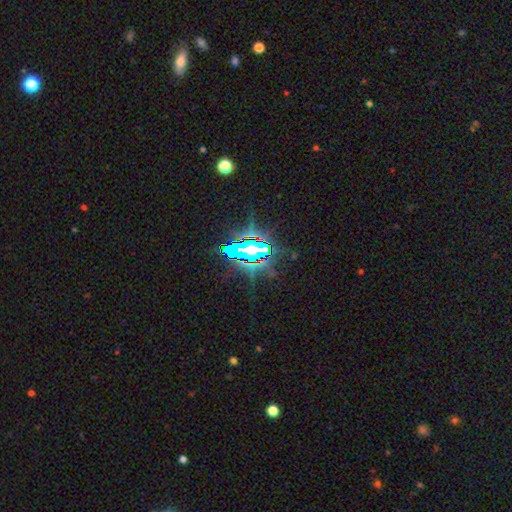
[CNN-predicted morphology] Smooth or featured? star or artifact (74%)